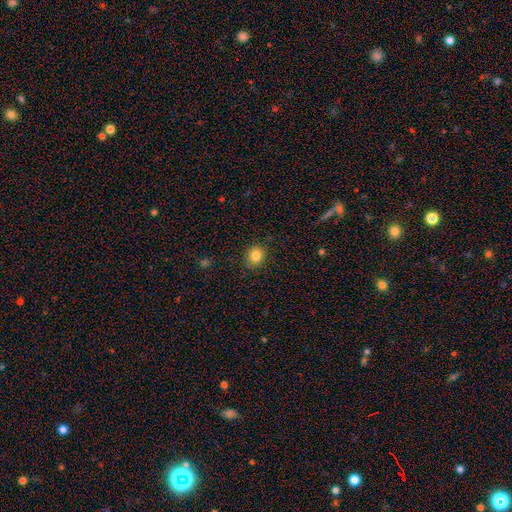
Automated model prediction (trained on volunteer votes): Smooth or featured? smooth (83%)
How rounded? round (75%)
Merging? none (88%)